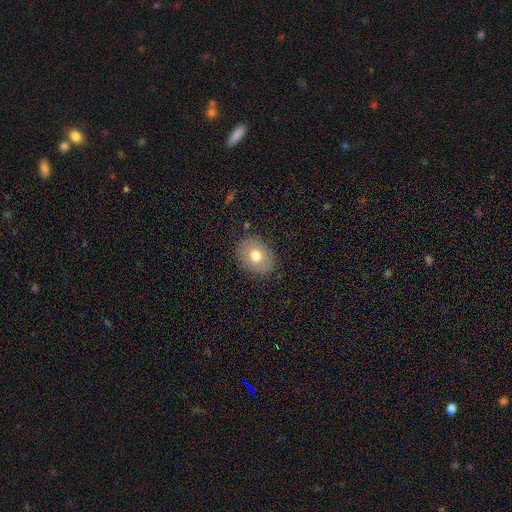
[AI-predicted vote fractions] The model was most divided on "how rounded": in between: 60%, round: 39%, cigar-shaped: 1%. More confident: merging — none (85%); smooth or featured — smooth (72%).